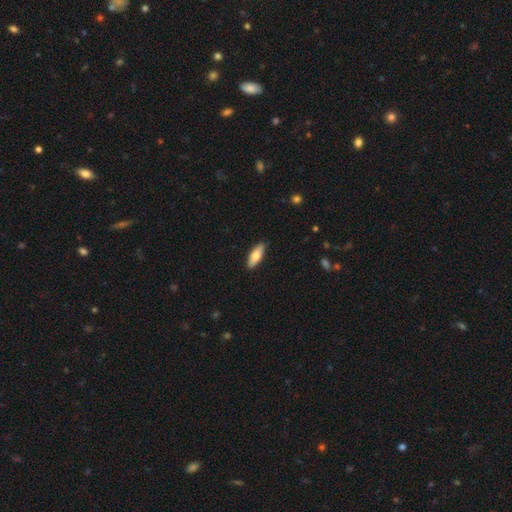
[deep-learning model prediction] smooth_or_featured: smooth (p=0.70) [alt: featured or disk p=0.25]
how_rounded: in between (p=0.61) [alt: cigar-shaped p=0.37]
merging: none (p=0.89) [alt: minor disturbance p=0.08]